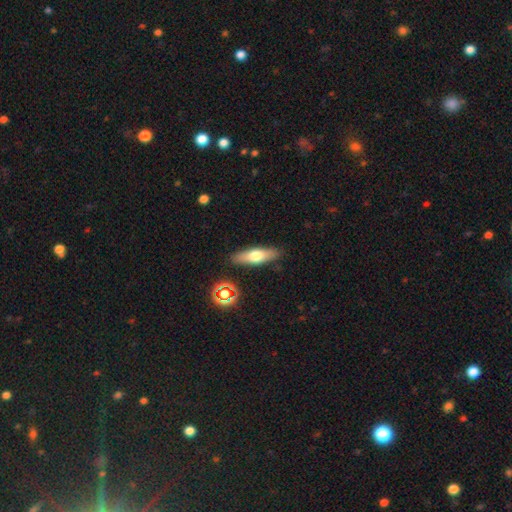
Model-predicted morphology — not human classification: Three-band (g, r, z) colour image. It shows a smooth galaxy with no disk features (60%) that is cigar-shaped (53%). Merging: none (87%).